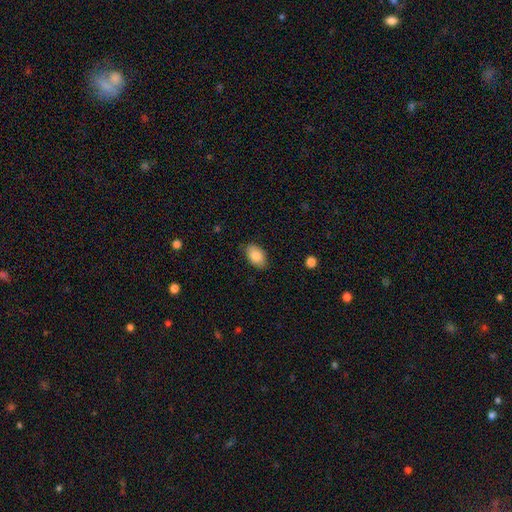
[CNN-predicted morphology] A smooth galaxy with no disk features (86%) that is in between round and cigar-shaped (90%).

Vote fractions:
- Smooth or featured? smooth: 86% / star or artifact: 7% / featured or disk: 7%
- How rounded? in between: 90% / round: 8% / cigar-shaped: 1%
- Merging? none: 82% / minor disturbance: 14% / major disturbance: 3% / merger: 1%